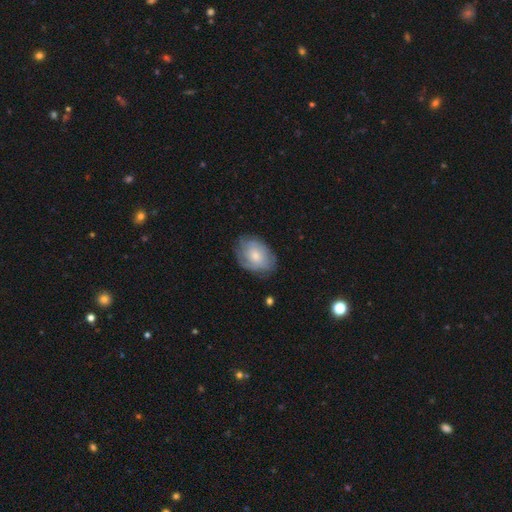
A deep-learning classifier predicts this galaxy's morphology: Smooth or featured: smooth — 48% (featured or disk — 46%)
Merging: none — 70% (minor disturbance — 22%)